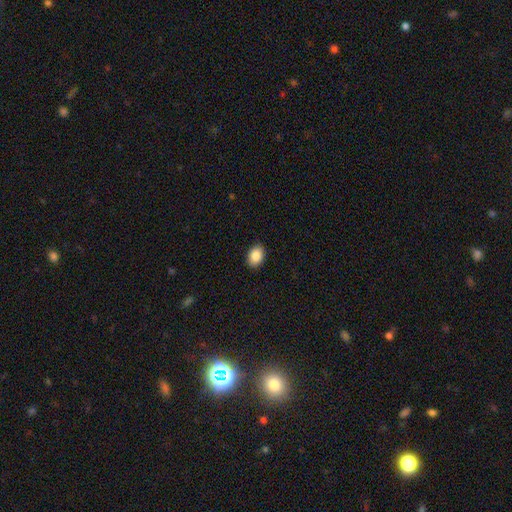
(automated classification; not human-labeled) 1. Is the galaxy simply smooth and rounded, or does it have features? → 88% smooth, 7% star or artifact, 5% featured or disk.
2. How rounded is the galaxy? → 78% in between, 21% round, 1% cigar-shaped.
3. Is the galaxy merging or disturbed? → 89% none, 8% minor disturbance, 2% major disturbance, 1% merger.